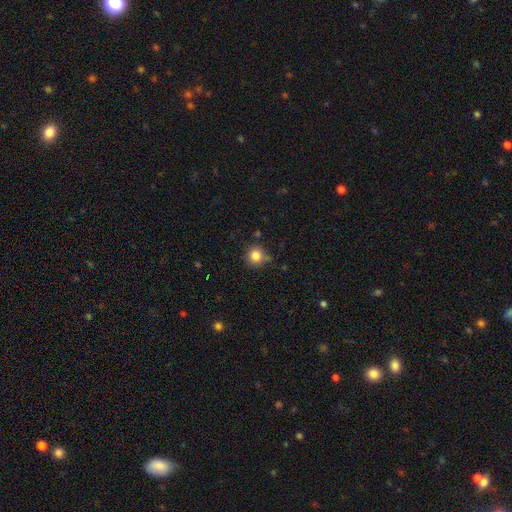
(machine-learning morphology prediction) Smooth or featured: smooth — 83% (star or artifact — 11%)
How rounded: round — 92% (in between — 7%)
Merging: none — 75% (minor disturbance — 17%)